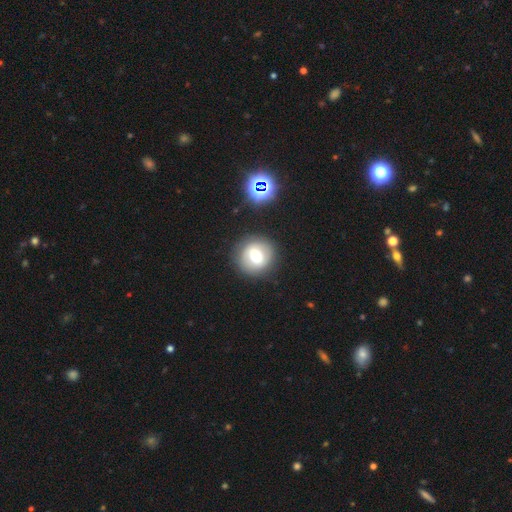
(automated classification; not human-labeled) A smooth galaxy with no disk features (61%) that is round (92%). Merging: none (86%).